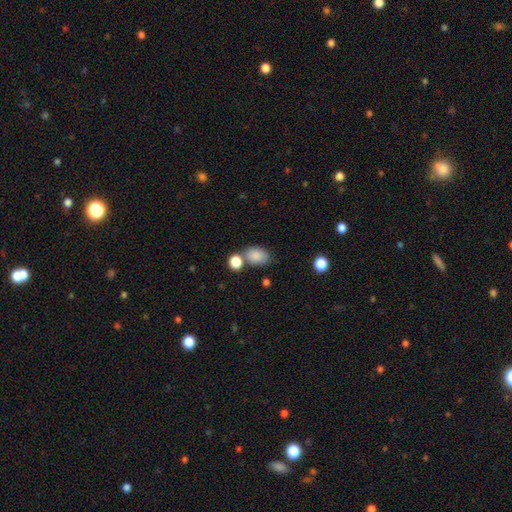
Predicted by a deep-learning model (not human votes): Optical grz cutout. It shows a smooth galaxy with no disk features (86%) that is in between round and cigar-shaped (79%). Merging: none (62%).